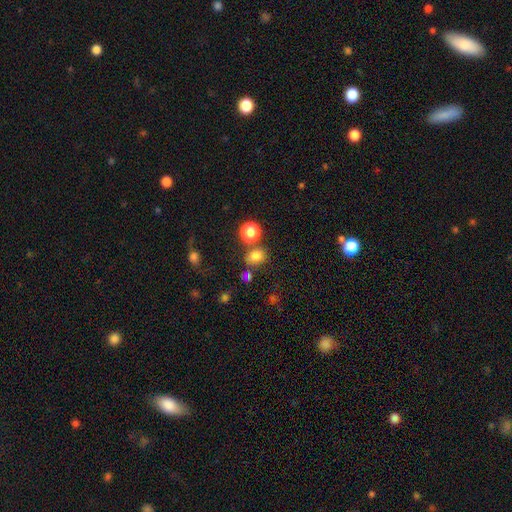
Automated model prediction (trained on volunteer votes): A smooth galaxy with no disk features (76%) that is round (59%). Merging: none (68%).